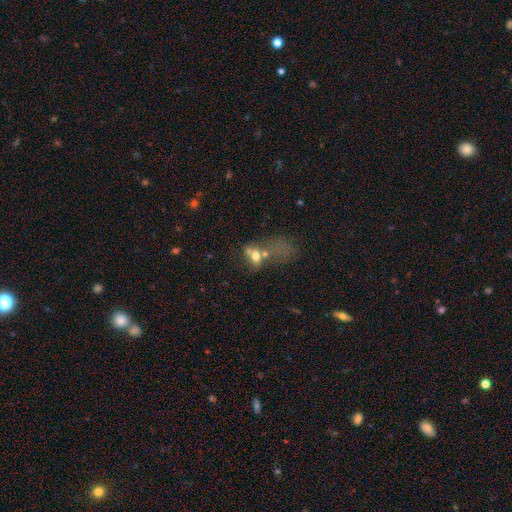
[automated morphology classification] smooth-or-featured: smooth: 56% | featured or disk: 29% | star or artifact: 15%
  how-rounded: in between: 68% | round: 28% | cigar-shaped: 4%
  merging: merger: 54% | major disturbance: 24% | none: 13% | minor disturbance: 9%